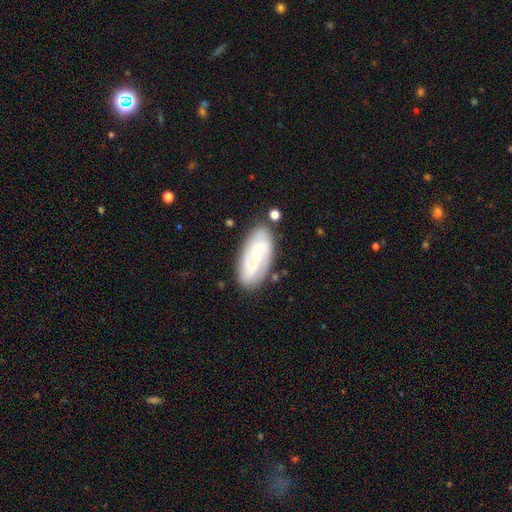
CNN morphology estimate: featured or disk 67%, smooth 26%, star or artifact 7%. Down the decision tree: edge-on disk — no (93%); bar — no (45%); spiral arms — yes (92%); spiral arm count — 2 (55%); spiral winding — tight (47%); bulge size — small (63%); merging — none (79%).